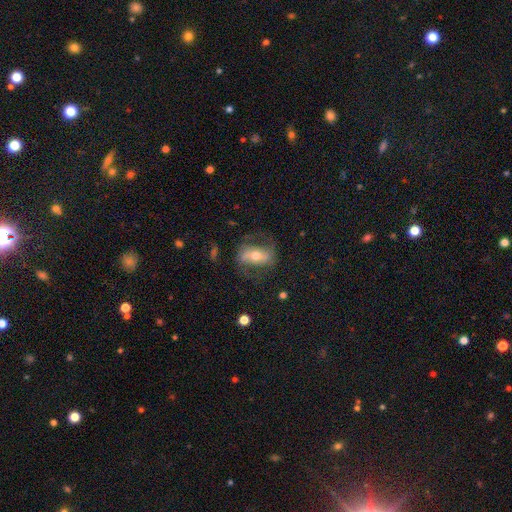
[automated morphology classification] A featured or disk galaxy (63%) with a strong bar (45%), spiral arms (75%) and a moderate central bulge (66%).

Vote fractions:
- Smooth or featured? featured or disk: 63% / smooth: 29% / star or artifact: 7%
- Edge-on disk? no: 91% / yes: 9%
- Bar? strong: 45% / weak: 30% / no: 25%
- Spiral arms? yes: 75% / no: 25%
- Bulge size? moderate: 66% / small: 24% / large: 7% / dominant: 1% / none: 1%
- Merging? none: 62% / minor disturbance: 19% / major disturbance: 17% / merger: 2%